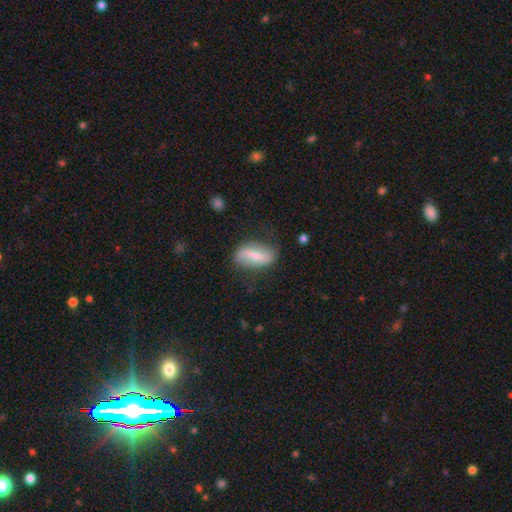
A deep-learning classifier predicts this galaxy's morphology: Smooth or featured: featured or disk — 48% (smooth — 45%)
Merging: none — 74% (minor disturbance — 19%)